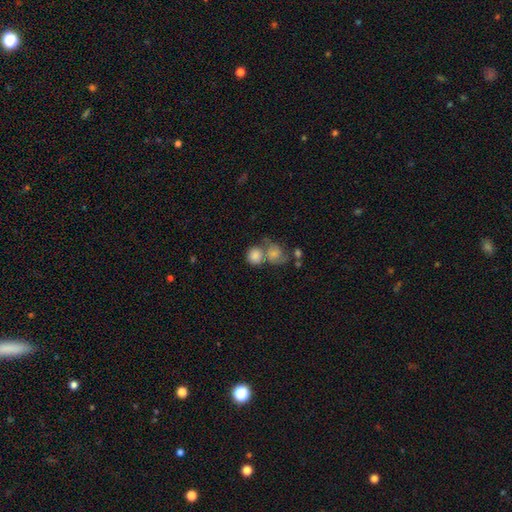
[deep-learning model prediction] Morphology: type=smooth (79%); roundness=round (75%); merging=merger (54%).